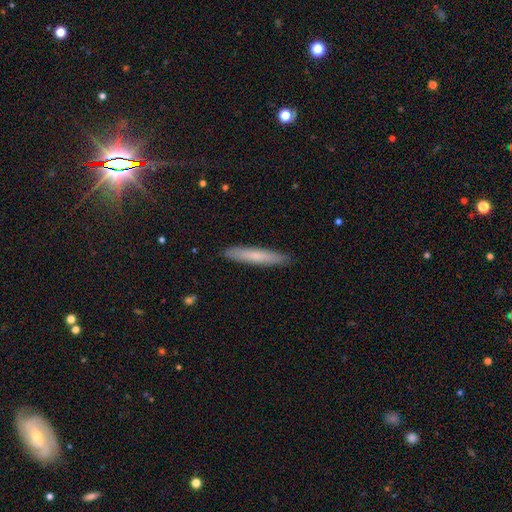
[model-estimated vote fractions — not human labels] Smooth or featured?
  - smooth: 71% *
  - featured or disk: 23%
  - star or artifact: 6%
How rounded?
  - cigar-shaped: 93% *
  - in between: 6%
  - round: 1%
Merging?
  - none: 91% *
  - minor disturbance: 7%
  - major disturbance: 1%
  - merger: 1%